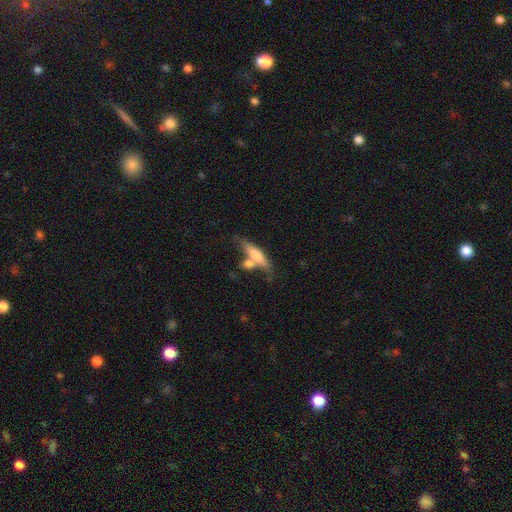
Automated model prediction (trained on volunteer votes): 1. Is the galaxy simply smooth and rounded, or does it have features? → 57% smooth, 36% featured or disk, 7% star or artifact.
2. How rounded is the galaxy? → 67% cigar-shaped, 29% in between, 3% round.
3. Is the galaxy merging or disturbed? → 46% none, 32% merger, 15% minor disturbance, 7% major disturbance.